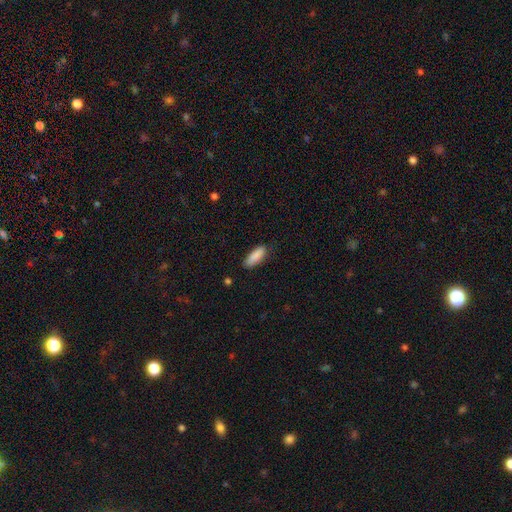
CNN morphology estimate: smooth_or_featured: smooth (p=0.89) [alt: star or artifact p=0.07]
how_rounded: in between (p=0.60) [alt: cigar-shaped p=0.38]
merging: none (p=0.81) [alt: minor disturbance p=0.15]